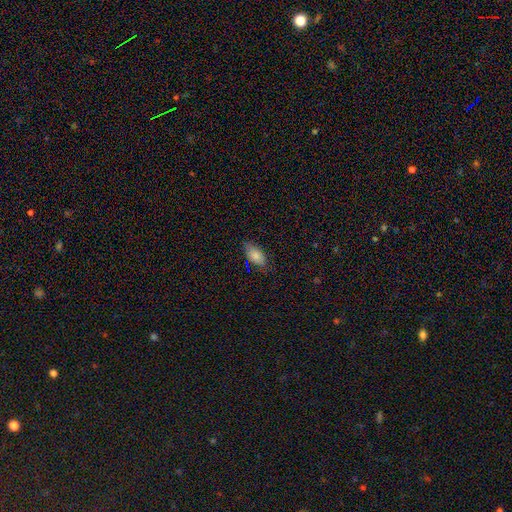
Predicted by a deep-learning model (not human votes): Overall: smooth (81%). How rounded: in between (89%). Merging: none (74%).